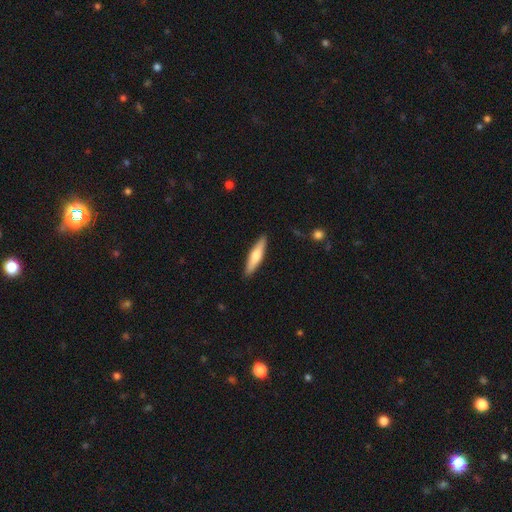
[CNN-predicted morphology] smooth-or-featured: smooth: 59% | featured or disk: 36% | star or artifact: 5%
  how-rounded: cigar-shaped: 80% | in between: 18% | round: 2%
  merging: none: 90% | minor disturbance: 7% | major disturbance: 2% | merger: 1%